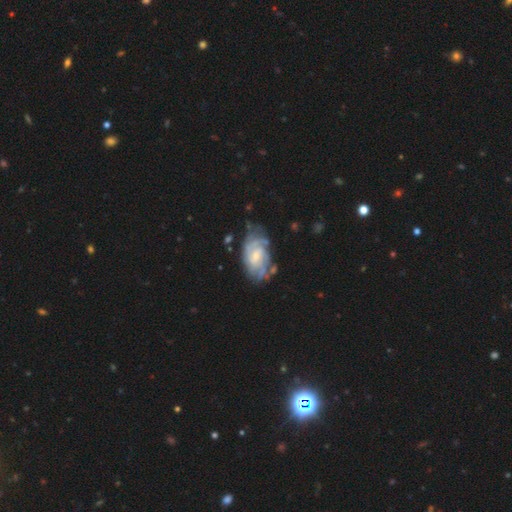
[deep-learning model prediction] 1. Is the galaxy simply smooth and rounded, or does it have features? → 80% featured or disk, 14% smooth, 6% star or artifact.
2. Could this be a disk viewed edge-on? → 97% no, 3% yes.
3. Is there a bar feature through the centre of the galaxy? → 46% weak (tied), 46% no (tied), 8% strong.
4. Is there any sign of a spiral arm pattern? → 91% yes, 9% no.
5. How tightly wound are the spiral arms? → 58% tight, 33% medium, 10% loose.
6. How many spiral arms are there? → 45% can't tell, 20% 2, 14% 3, 11% 4, 5% more than 4, 5% 1.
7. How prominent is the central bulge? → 53% small, 34% moderate, 9% none, 3% large, 1% dominant.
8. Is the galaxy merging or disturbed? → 59% none, 25% minor disturbance, 12% major disturbance, 4% merger.